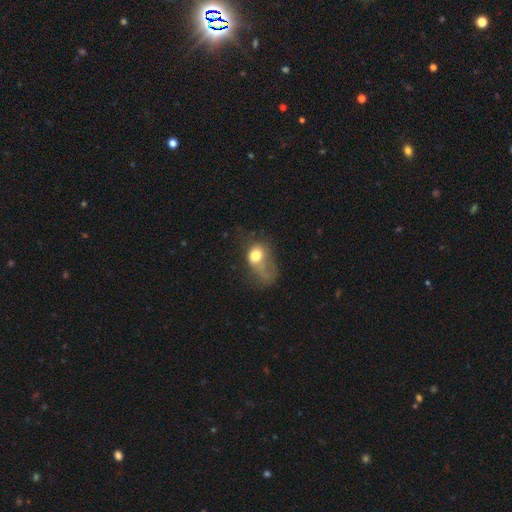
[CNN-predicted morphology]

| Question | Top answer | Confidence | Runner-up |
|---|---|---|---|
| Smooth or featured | smooth | 68% | featured or disk (22%) |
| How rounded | in between | 62% | round (36%) |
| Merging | major disturbance | 57% | minor disturbance (21%) |